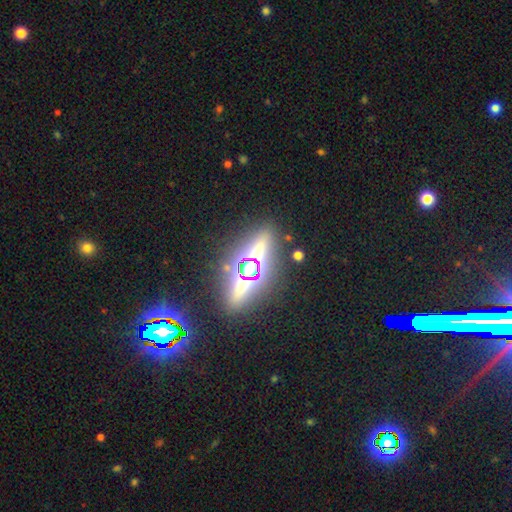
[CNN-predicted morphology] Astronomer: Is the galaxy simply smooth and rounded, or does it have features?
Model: star or artifact — 55%.